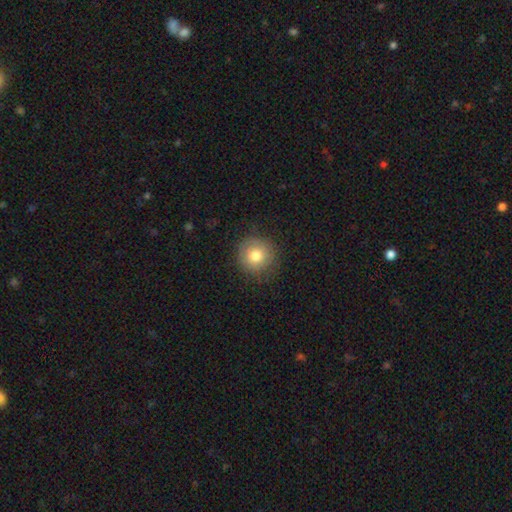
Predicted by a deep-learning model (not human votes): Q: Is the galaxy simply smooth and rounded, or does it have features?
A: smooth — 78%.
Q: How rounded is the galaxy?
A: round — 94%.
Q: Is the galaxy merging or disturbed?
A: none — 83%.